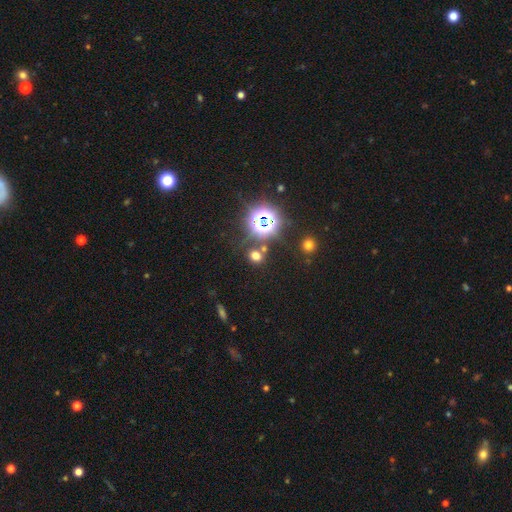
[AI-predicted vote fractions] Smooth or featured?
  - smooth: 57% *
  - star or artifact: 36%
  - featured or disk: 7%
How rounded?
  - round: 71% *
  - in between: 27%
  - cigar-shaped: 1%
Merging?
  - none: 77% *
  - merger: 10%
  - minor disturbance: 9%
  - major disturbance: 4%